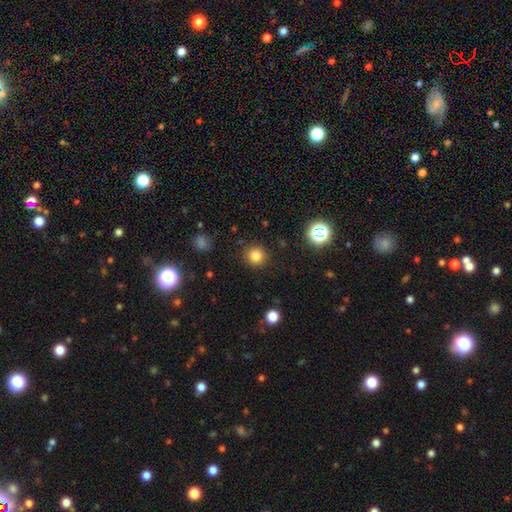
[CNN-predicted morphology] Q: Smooth or featured?
A: smooth (81%); runner-up: star or artifact (14%)
Q: How rounded?
A: round (94%); runner-up: in between (5%)
Q: Merging?
A: none (90%); runner-up: minor disturbance (6%)